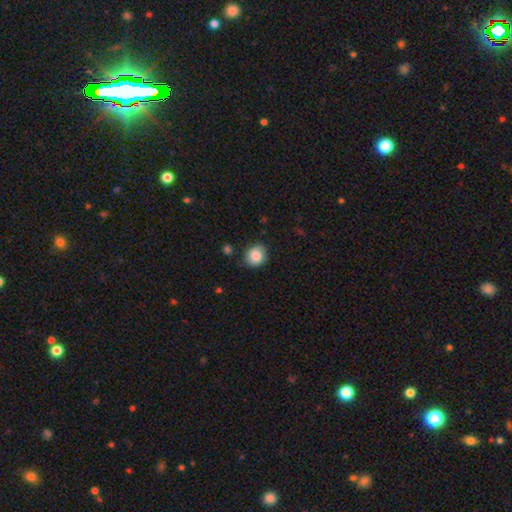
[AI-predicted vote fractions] smooth-or-featured: smooth: 78% | featured or disk: 14% | star or artifact: 8%
  how-rounded: round: 75% | in between: 24% | cigar-shaped: 1%
  merging: none: 76% | minor disturbance: 18% | major disturbance: 4% | merger: 2%